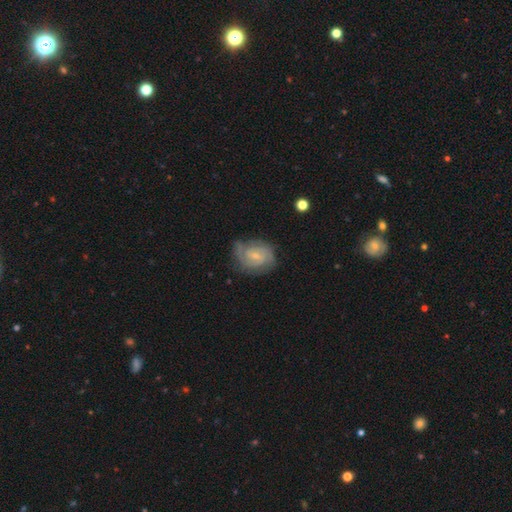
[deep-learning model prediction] The model was most divided on "bar": weak: 47%, no: 44%, strong: 9%. More confident: edge-on disk — no (98%); spiral arms — yes (97%); smooth or featured — featured or disk (84%); merging — none (73%); bulge size — small (71%); spiral winding — tight (60%); spiral arm count — 2 (52%).